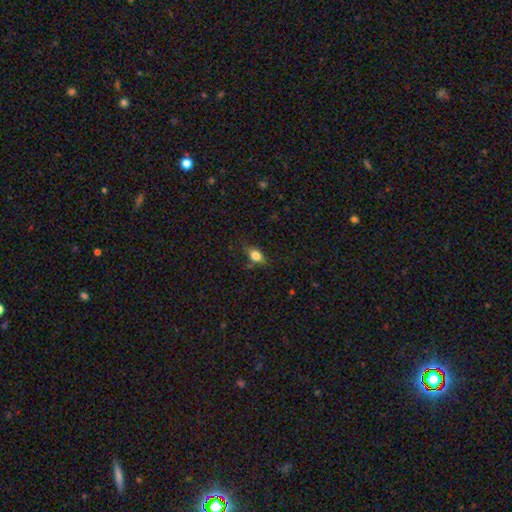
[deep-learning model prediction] Smooth or featured? smooth (79%)
How rounded? in between (77%)
Merging? none (73%)